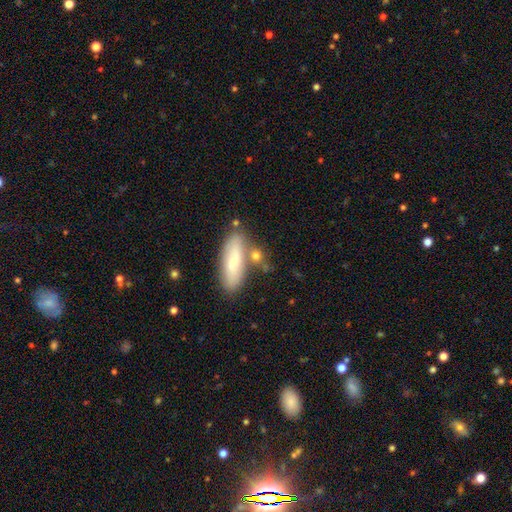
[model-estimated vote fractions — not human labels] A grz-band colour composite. It shows a smooth galaxy with no disk features (69%) that is in between round and cigar-shaped (53%). Merging: none (63%).